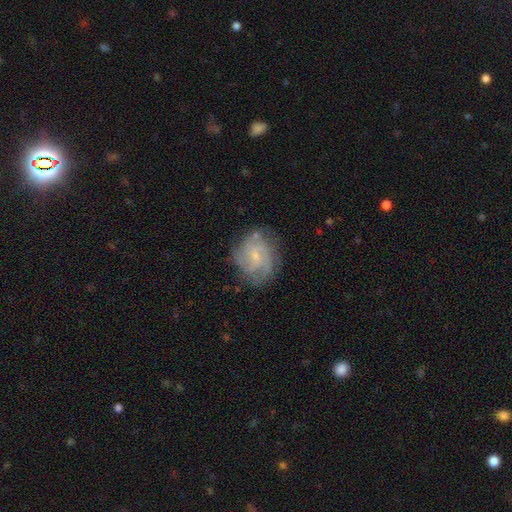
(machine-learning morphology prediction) Smooth or featured? Predicted: featured or disk (p=0.71). Edge-on disk? Predicted: no (p=0.98). Bar? Predicted: no (p=0.59). Spiral arms? Predicted: yes (p=0.89). Spiral winding? Predicted: tight (p=0.45). Spiral arm count? Predicted: can't tell (p=0.35). Bulge size? Predicted: small (p=0.71). Merging? Predicted: none (p=0.71).